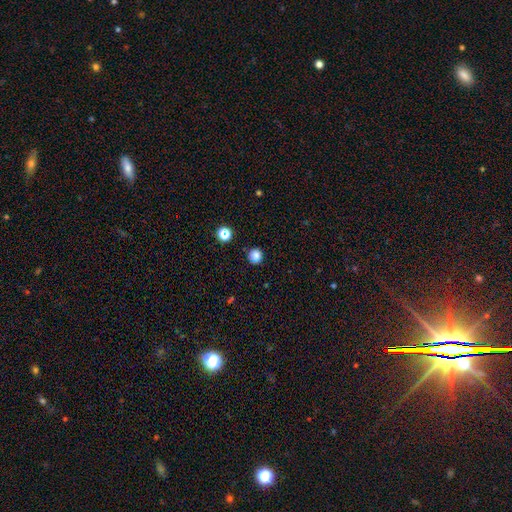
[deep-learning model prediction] This is clearly a smooth galaxy (82%). How rounded: clearly round (93%). Merging: clearly none (88%).